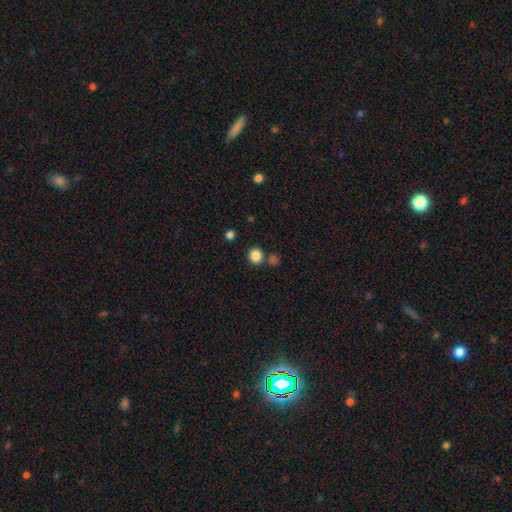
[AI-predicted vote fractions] This is clearly a smooth galaxy (86%). How rounded: clearly round (91%). Merging: likely none (79%).